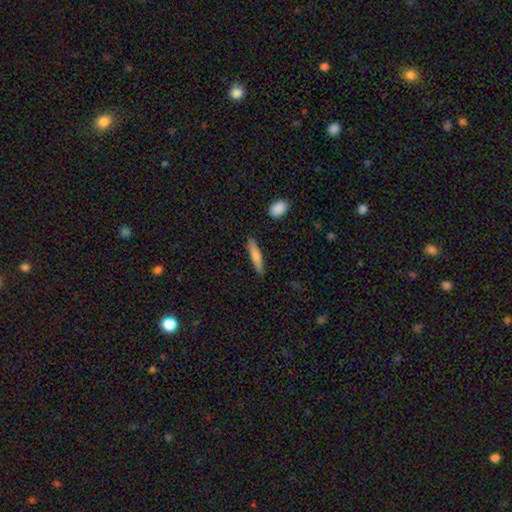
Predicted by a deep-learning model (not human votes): Q: Smooth or featured?
A: smooth (71%); runner-up: featured or disk (23%)
Q: How rounded?
A: cigar-shaped (84%); runner-up: in between (14%)
Q: Merging?
A: none (86%); runner-up: minor disturbance (11%)